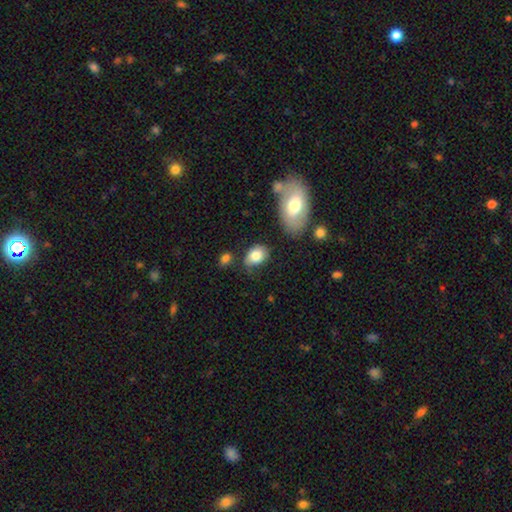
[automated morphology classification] This is clearly a smooth galaxy (81%). How rounded: likely in between (71%). Merging: possibly none (59%).